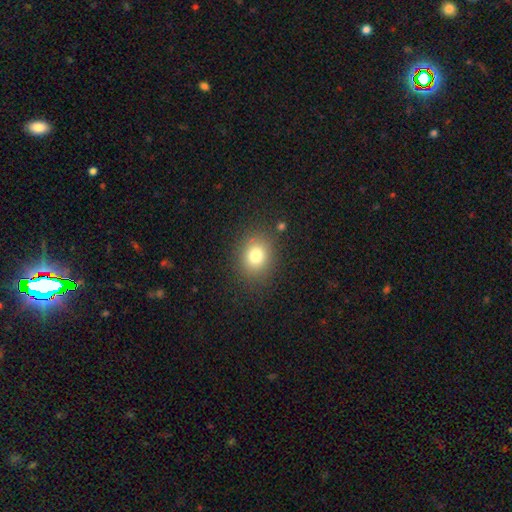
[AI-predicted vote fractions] This appears to be a smooth galaxy with no disk features (78%) that is round (66%). Merging: none (84%).